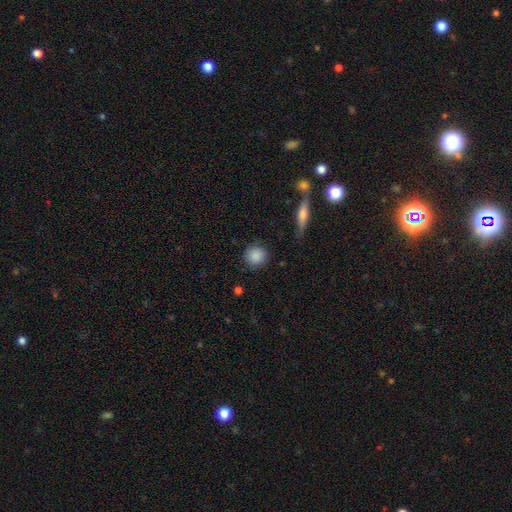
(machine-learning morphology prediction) smooth 87%, star or artifact 8%, featured or disk 5%. Down the decision tree: how rounded — round (89%); merging — none (84%).